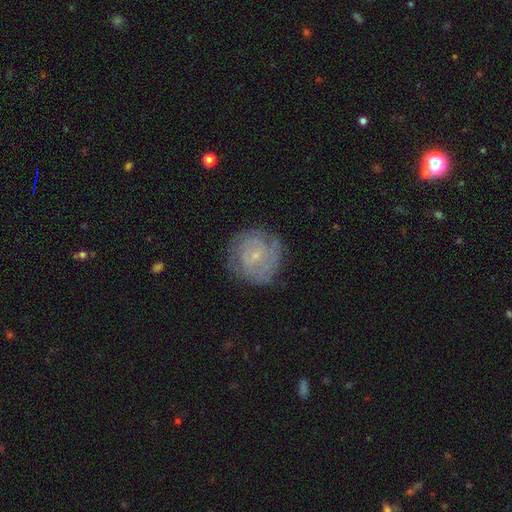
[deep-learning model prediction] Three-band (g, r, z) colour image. It shows a featured or disk galaxy (64%) with no bar (67%), tight (66%) spiral arms (84%) and a small central bulge (80%). Merging: none (75%).